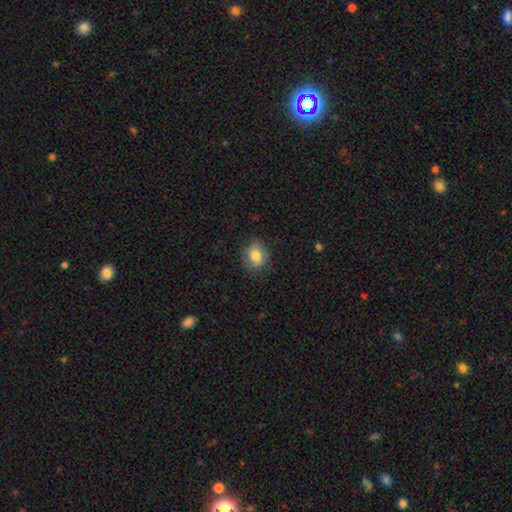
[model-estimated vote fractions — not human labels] Overall: smooth (81%). How rounded: in between (51%; round 48%). Merging: none (76%).